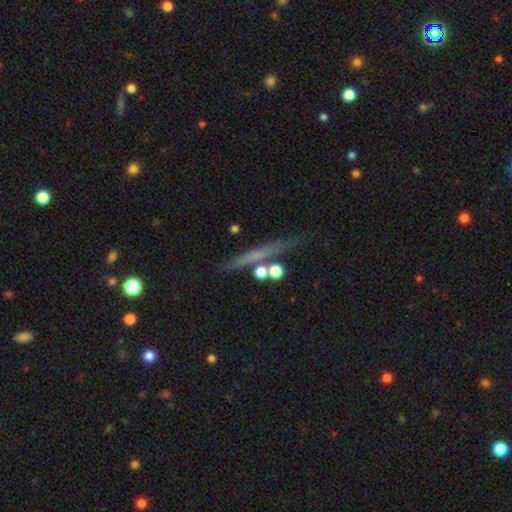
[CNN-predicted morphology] A smooth galaxy with no disk features (45%). Merging: none (78%).